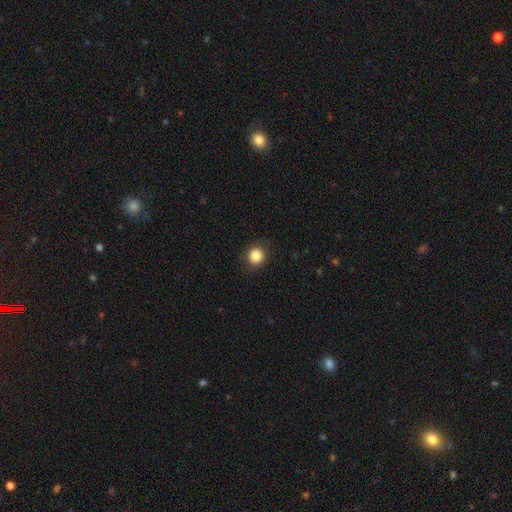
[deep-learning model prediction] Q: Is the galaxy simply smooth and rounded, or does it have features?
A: smooth — 86%.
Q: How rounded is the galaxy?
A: round — 89%.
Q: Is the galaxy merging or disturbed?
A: none — 87%.